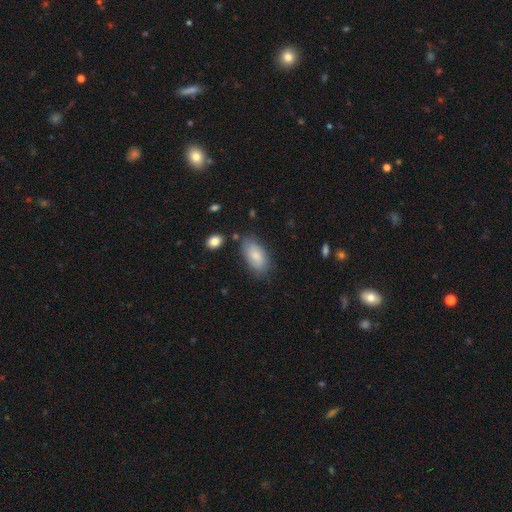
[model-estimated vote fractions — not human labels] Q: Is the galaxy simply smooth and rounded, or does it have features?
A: smooth — 83%.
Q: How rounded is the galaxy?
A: in between — 93%.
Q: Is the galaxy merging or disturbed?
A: none — 74%.